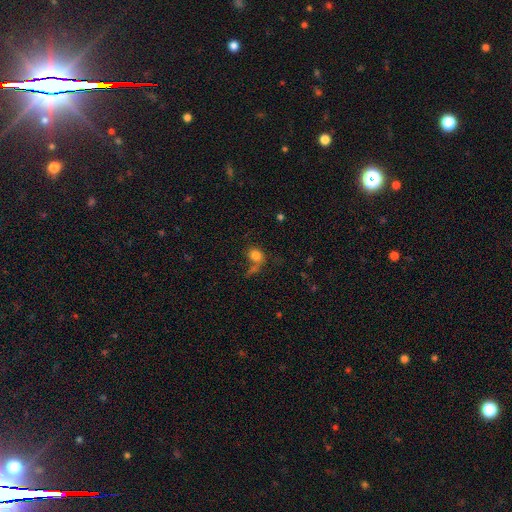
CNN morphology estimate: smooth_or_featured: smooth (p=0.79) [alt: star or artifact p=0.11]
how_rounded: round (p=0.56) [alt: in between p=0.42]
merging: none (p=0.45) [alt: merger p=0.25]